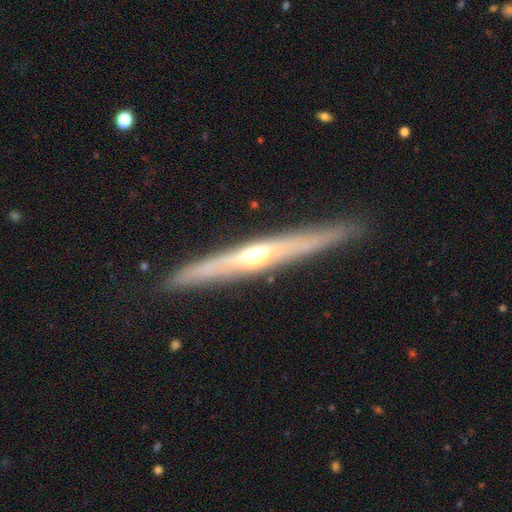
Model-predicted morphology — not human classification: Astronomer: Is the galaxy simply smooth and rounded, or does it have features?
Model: featured or disk — 70%.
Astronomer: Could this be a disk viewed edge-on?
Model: yes — 93%.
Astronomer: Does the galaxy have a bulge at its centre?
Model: rounded — 81%.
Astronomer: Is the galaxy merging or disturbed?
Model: none — 87%.